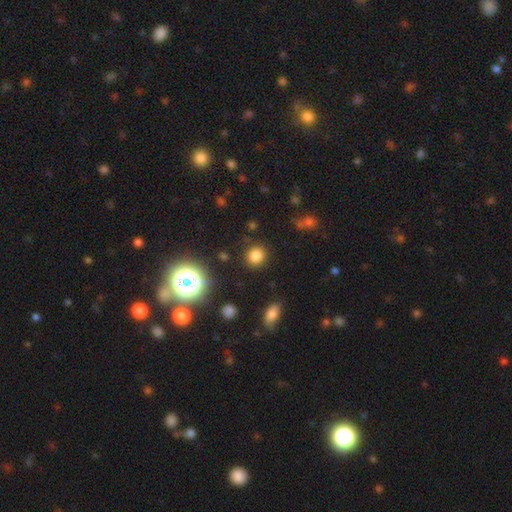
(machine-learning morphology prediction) smooth 79%, star or artifact 15%, featured or disk 5%. Down the decision tree: how rounded — round (84%); merging — none (87%).